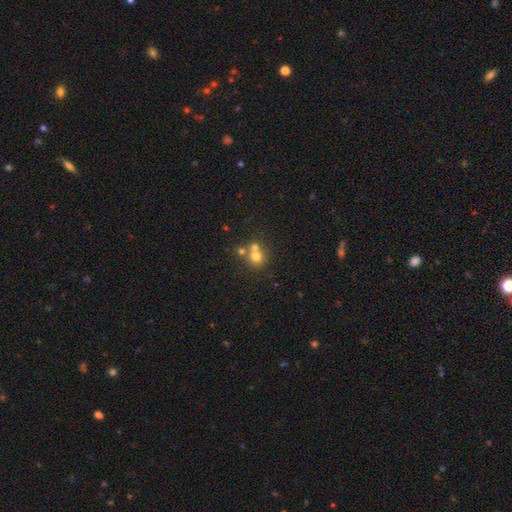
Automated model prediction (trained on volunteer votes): smooth-or-featured: smooth: 69% | featured or disk: 16% | star or artifact: 15%
  how-rounded: round: 84% | in between: 15% | cigar-shaped: 1%
  merging: merger: 45% (tied) | none: 45% (tied) | minor disturbance: 7% | major disturbance: 3%